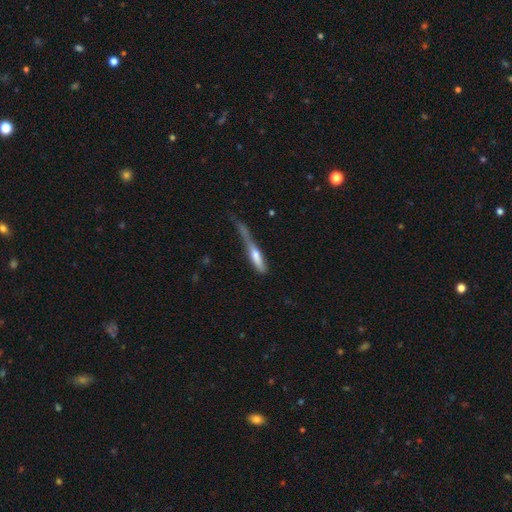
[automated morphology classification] A smooth galaxy with no disk features (60%) that is cigar-shaped (84%).

Vote fractions:
- Smooth or featured? smooth: 60% / featured or disk: 33% / star or artifact: 7%
- How rounded? cigar-shaped: 84% / in between: 14% / round: 2%
- Merging? major disturbance: 34% / minor disturbance: 30% / none: 25% / merger: 11%